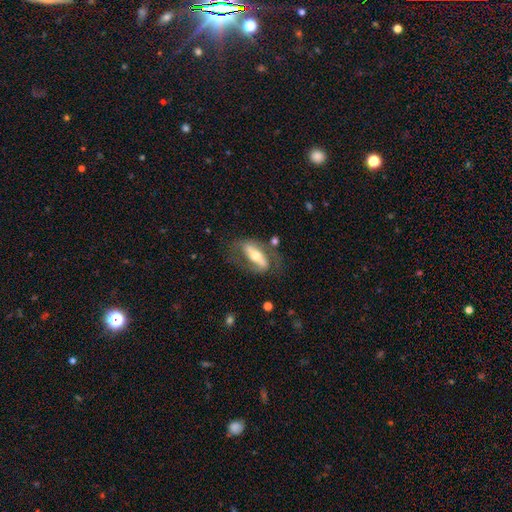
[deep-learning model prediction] The model was most divided on "spiral arms": yes: 61%, no: 39%. More confident: edge-on disk — no (76%); smooth or featured — featured or disk (67%); bulge size — moderate (65%); bar — strong (58%); merging — none (56%).